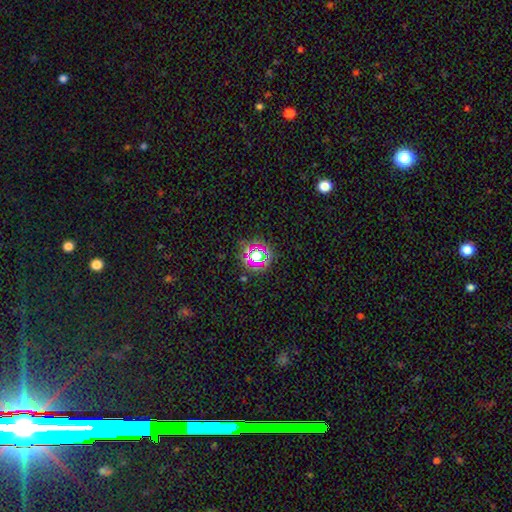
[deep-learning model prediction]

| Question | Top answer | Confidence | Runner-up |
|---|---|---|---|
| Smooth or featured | star or artifact | 56% | smooth (32%) |